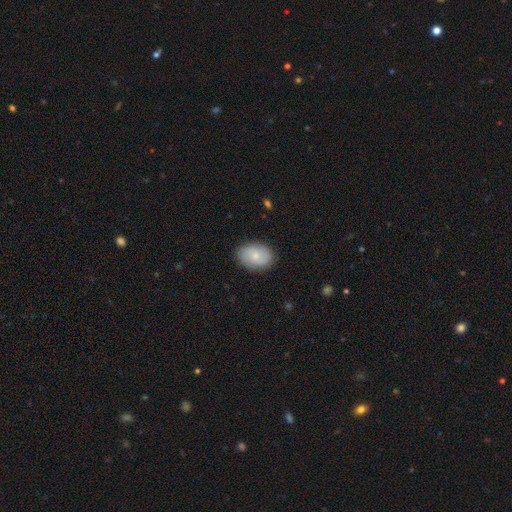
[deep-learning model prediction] Q: Smooth or featured?
A: smooth (71%); runner-up: featured or disk (23%)
Q: How rounded?
A: in between (79%); runner-up: round (20%)
Q: Merging?
A: none (85%); runner-up: minor disturbance (11%)